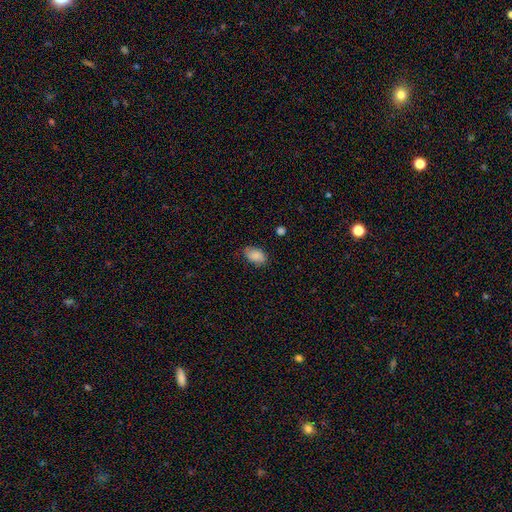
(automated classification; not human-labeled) Smooth or featured: smooth — 82% (featured or disk — 10%)
How rounded: in between — 91% (round — 8%)
Merging: none — 76% (minor disturbance — 19%)